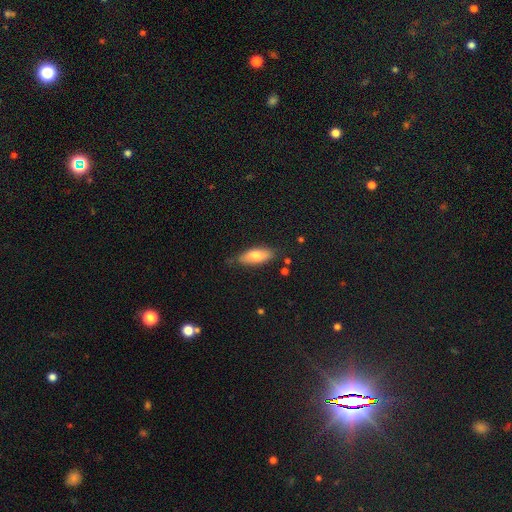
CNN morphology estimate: Smooth or featured? Predicted: smooth (p=0.77). How rounded? Predicted: in between (p=0.75). Merging? Predicted: none (p=0.76).